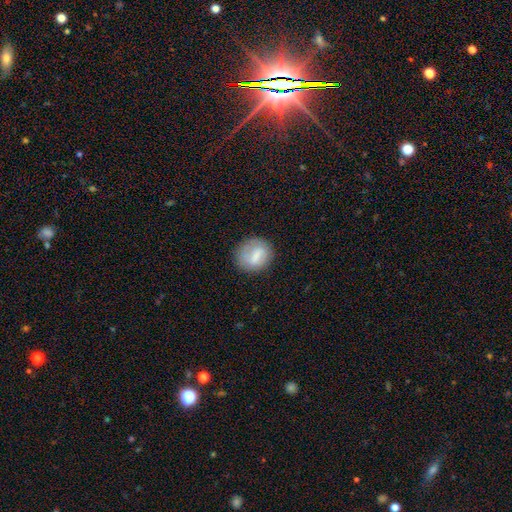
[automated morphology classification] Q: Smooth or featured?
A: smooth (64%); runner-up: featured or disk (29%)
Q: How rounded?
A: round (69%); runner-up: in between (29%)
Q: Merging?
A: none (77%); runner-up: minor disturbance (16%)